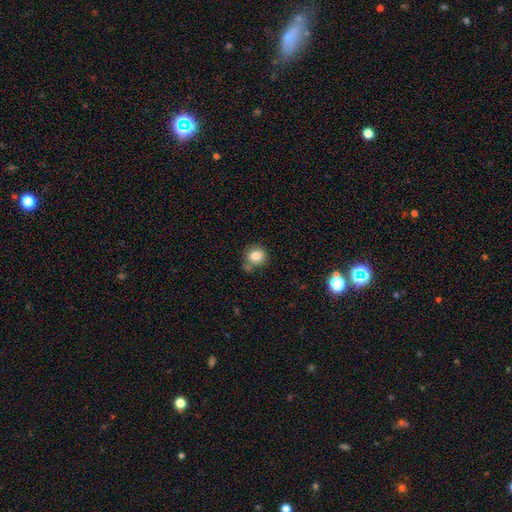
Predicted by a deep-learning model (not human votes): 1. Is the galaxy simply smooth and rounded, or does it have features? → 82% smooth, 10% star or artifact, 8% featured or disk.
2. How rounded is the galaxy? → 83% round, 16% in between, 1% cigar-shaped.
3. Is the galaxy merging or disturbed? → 67% none, 16% minor disturbance, 12% merger, 4% major disturbance.